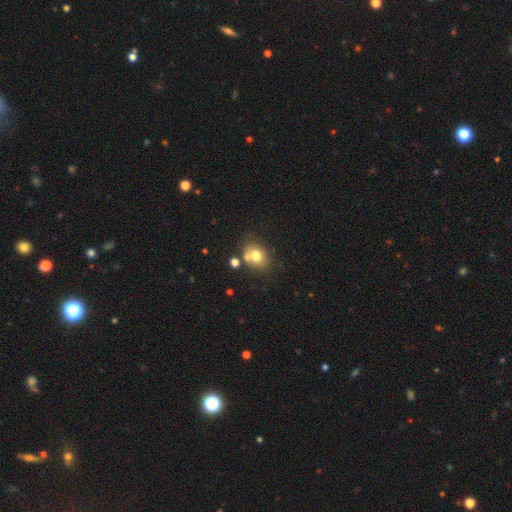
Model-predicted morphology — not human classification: smooth-or-featured: smooth: 73% | featured or disk: 14% | star or artifact: 12%
  how-rounded: round: 59% | in between: 40% | cigar-shaped: 1%
  merging: none: 60% | merger: 23% | minor disturbance: 13% | major disturbance: 4%